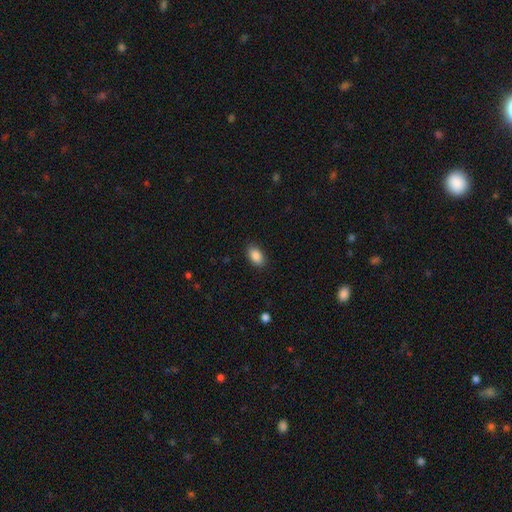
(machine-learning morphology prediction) This is clearly a smooth galaxy (88%). How rounded: clearly in between (91%). Merging: clearly none (88%).